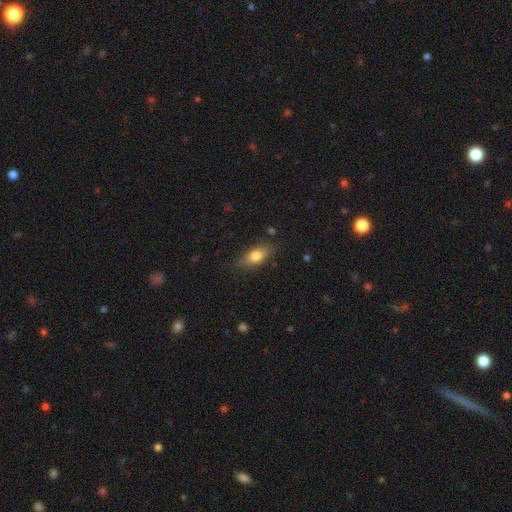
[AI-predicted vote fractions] Smooth or featured? smooth (71%)
How rounded? in between (78%)
Merging? none (79%)